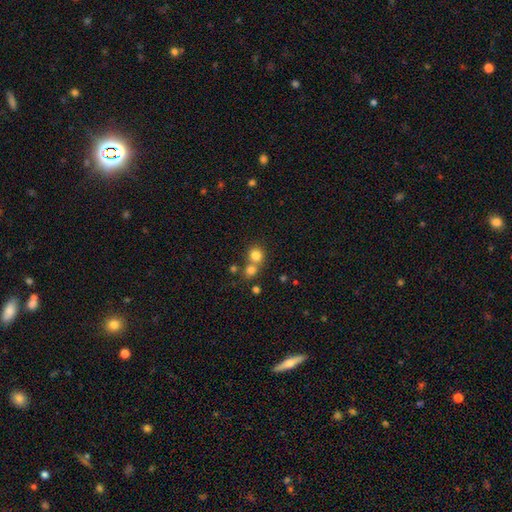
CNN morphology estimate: Overall: smooth (79%). How rounded: round (87%). Merging: none (50%; merger 41%).